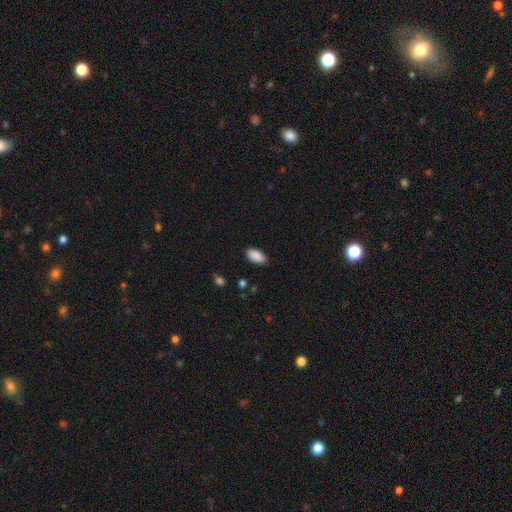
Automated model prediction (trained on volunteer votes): Smooth or featured? Predicted: smooth (p=0.90). How rounded? Predicted: in between (p=0.94). Merging? Predicted: none (p=0.86).